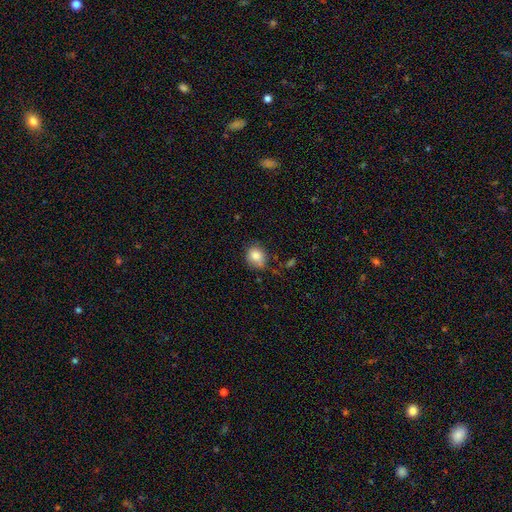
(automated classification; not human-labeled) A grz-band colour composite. It shows a smooth galaxy with no disk features (83%) that is round (62%). Merging: none (61%).